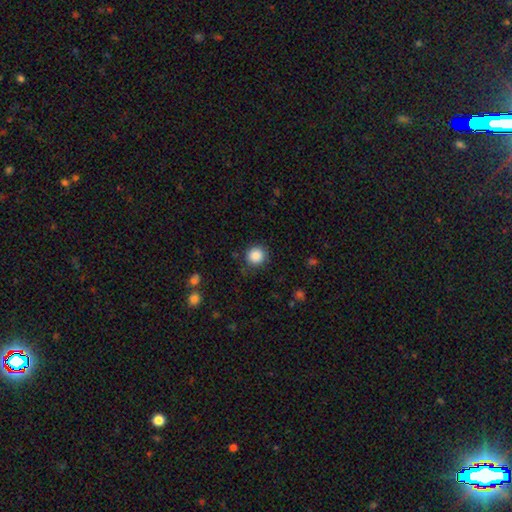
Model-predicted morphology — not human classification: A smooth galaxy with no disk features (87%) that is round (93%).

Vote fractions:
- Smooth or featured? smooth: 87% / star or artifact: 10% / featured or disk: 3%
- How rounded? round: 93% / in between: 6% / cigar-shaped: 1%
- Merging? none: 87% / minor disturbance: 9% / major disturbance: 3% / merger: 1%